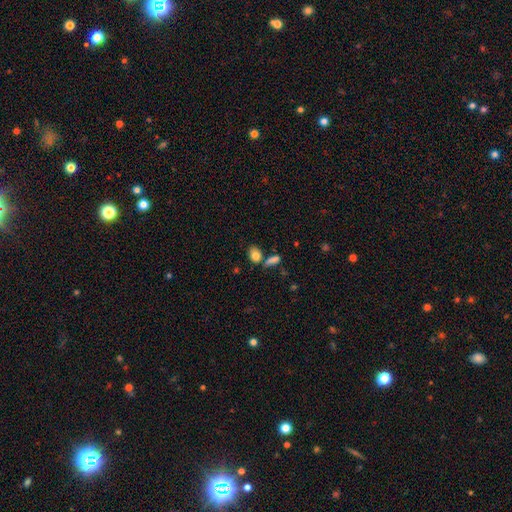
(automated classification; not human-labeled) Overall: smooth (82%). How rounded: in between (74%). Merging: none (59%; merger 20%).